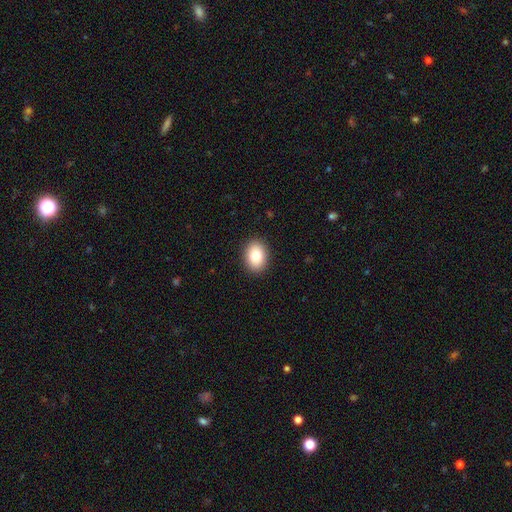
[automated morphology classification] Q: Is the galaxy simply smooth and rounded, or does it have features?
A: smooth — 83%.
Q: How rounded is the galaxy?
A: in between — 72%.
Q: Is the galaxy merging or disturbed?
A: none — 90%.